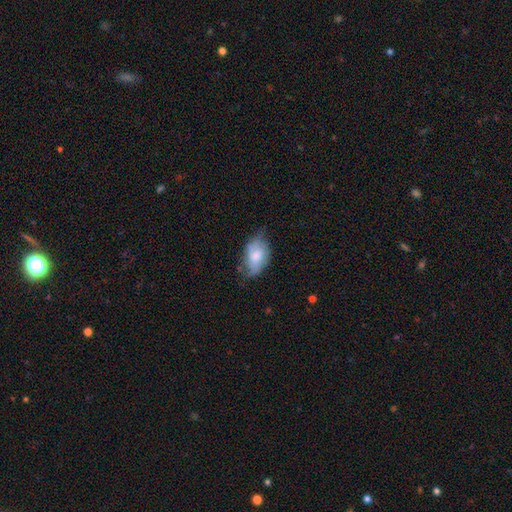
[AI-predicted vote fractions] This is possibly a smooth galaxy (57%). How rounded: clearly in between (90%). Merging: possibly none (47%).